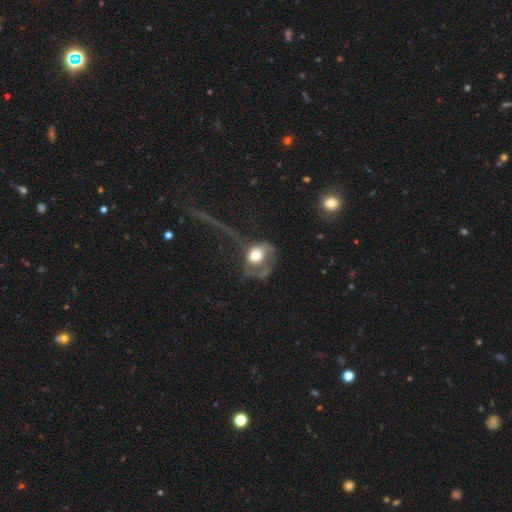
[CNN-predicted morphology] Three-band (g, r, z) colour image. It shows a smooth galaxy with no disk features (55%) that is round (56%). Merging: major disturbance (58%).